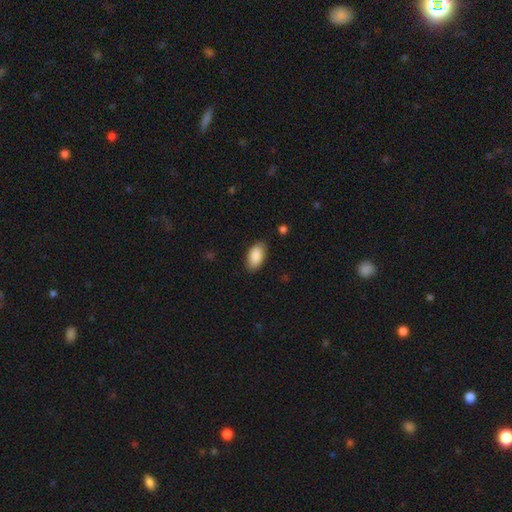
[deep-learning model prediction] Morphology: type=smooth (89%); roundness=in between (94%); merging=none (84%).